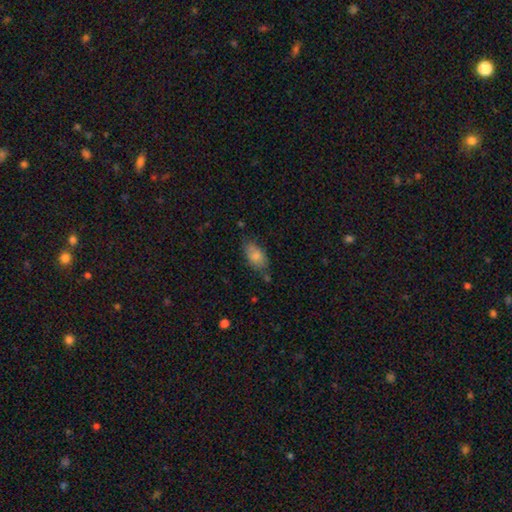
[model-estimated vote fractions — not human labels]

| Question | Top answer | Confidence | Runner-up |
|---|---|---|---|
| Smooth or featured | smooth | 79% | featured or disk (13%) |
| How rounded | in between | 91% | round (4%) |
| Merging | none | 59% | minor disturbance (28%) |